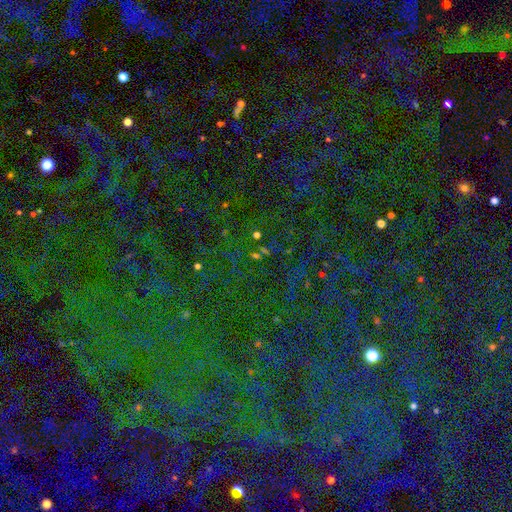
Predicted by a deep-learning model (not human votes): star or artifact 77%, smooth 15%, featured or disk 8%.